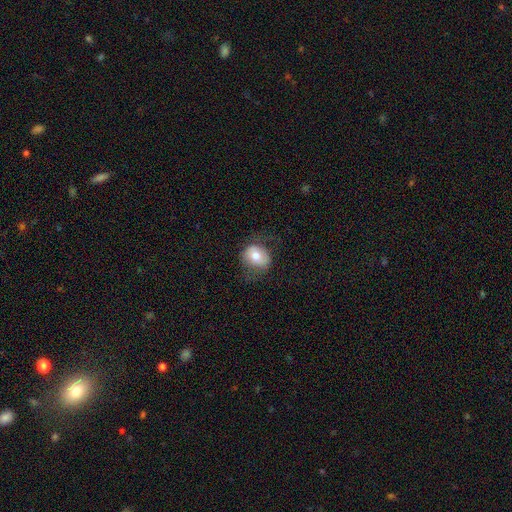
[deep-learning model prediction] Smooth or featured: smooth — 68% (featured or disk — 23%)
How rounded: round — 53% (in between — 46%)
Merging: none — 59% (minor disturbance — 23%)